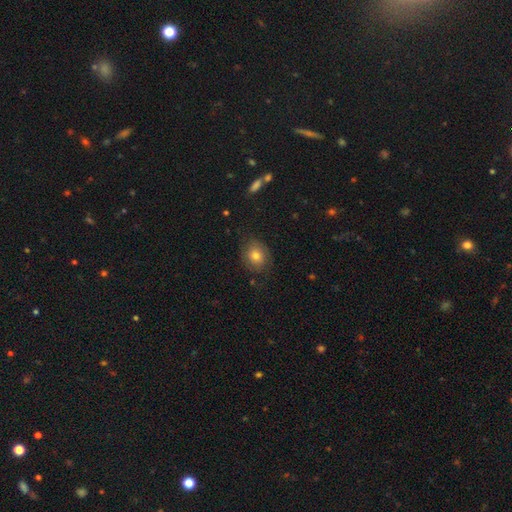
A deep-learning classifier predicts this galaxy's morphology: Smooth or featured: smooth — 64% (featured or disk — 26%)
How rounded: round — 60% (in between — 39%)
Merging: none — 73% (minor disturbance — 18%)